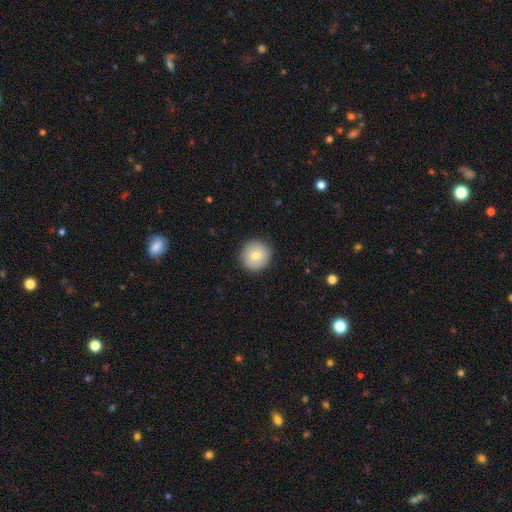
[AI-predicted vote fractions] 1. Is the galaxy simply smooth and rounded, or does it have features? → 75% smooth, 16% featured or disk, 8% star or artifact.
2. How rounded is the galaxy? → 95% round, 4% in between, 1% cigar-shaped.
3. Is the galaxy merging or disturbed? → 91% none, 6% minor disturbance, 2% major disturbance, 1% merger.